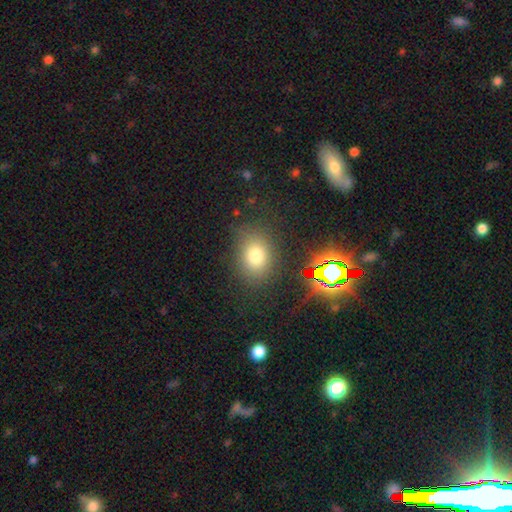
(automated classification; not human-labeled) Q: Smooth or featured?
A: smooth (73%); runner-up: star or artifact (17%)
Q: How rounded?
A: in between (60%); runner-up: round (39%)
Q: Merging?
A: none (80%); runner-up: minor disturbance (13%)